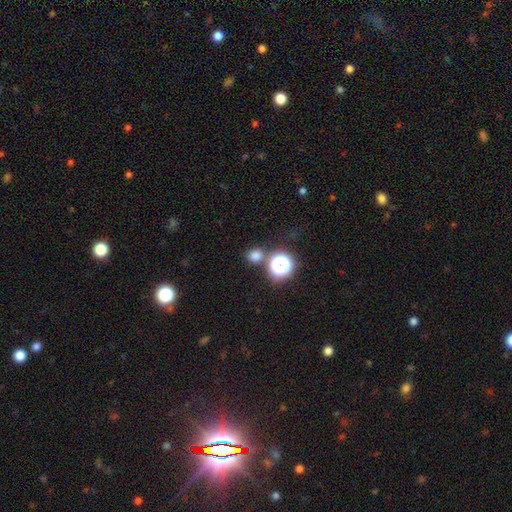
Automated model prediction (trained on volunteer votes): Smooth or featured? Predicted: smooth (p=0.74). How rounded? Predicted: round (p=0.76). Merging? Predicted: none (p=0.75).